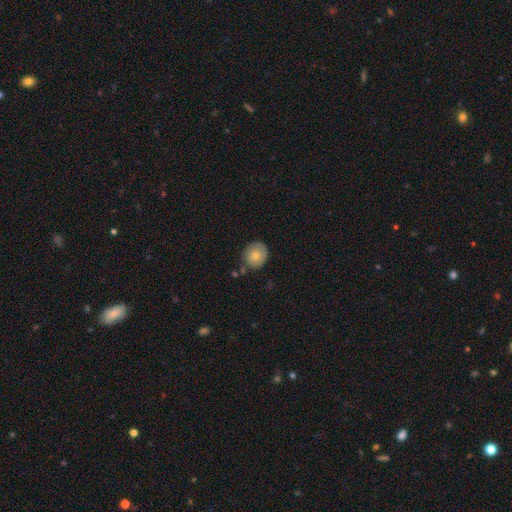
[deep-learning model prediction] A smooth galaxy with no disk features (69%) that is round (80%).

Vote fractions:
- Smooth or featured? smooth: 69% / featured or disk: 23% / star or artifact: 8%
- How rounded? round: 80% / in between: 19% / cigar-shaped: 1%
- Merging? none: 69% / minor disturbance: 21% / major disturbance: 5% / merger: 5%